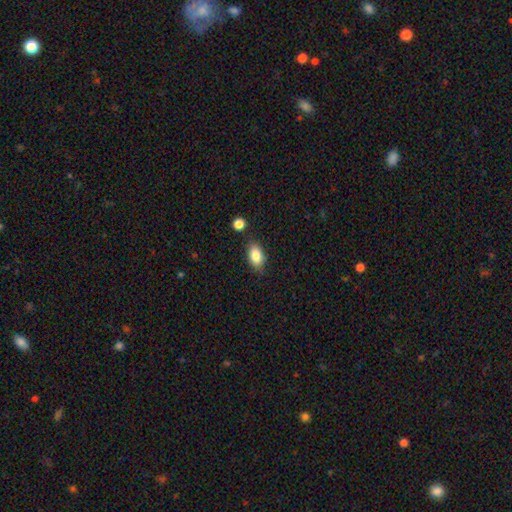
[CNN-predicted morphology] Smooth or featured?
  - smooth: 84% *
  - featured or disk: 8%
  - star or artifact: 8%
How rounded?
  - in between: 88% *
  - round: 9%
  - cigar-shaped: 3%
Merging?
  - none: 82% *
  - minor disturbance: 12%
  - merger: 4%
  - major disturbance: 3%